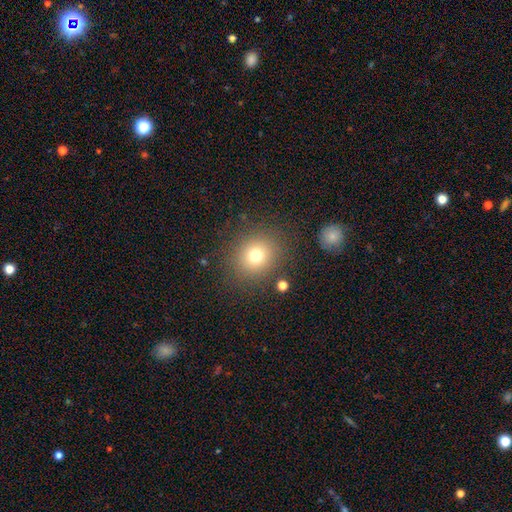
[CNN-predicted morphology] This is likely a smooth galaxy (74%). How rounded: clearly round (80%). Merging: clearly none (85%).